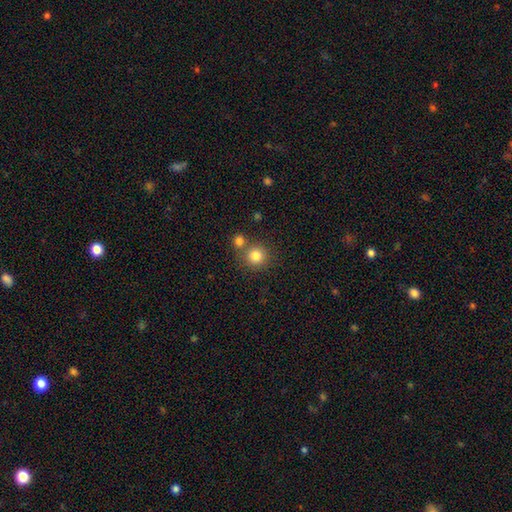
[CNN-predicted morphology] This is clearly a smooth galaxy (82%). How rounded: clearly round (92%). Merging: likely none (69%).